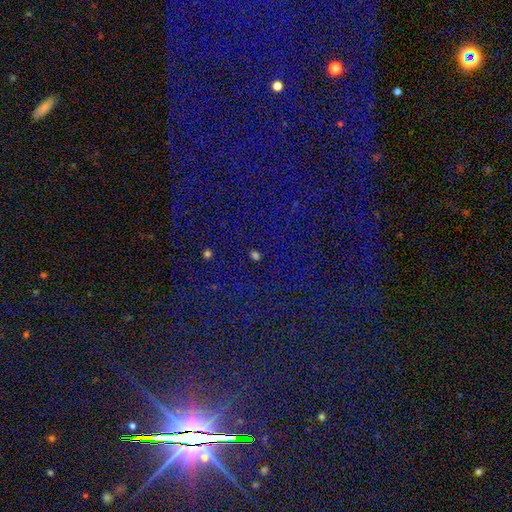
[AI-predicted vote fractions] A star or artifact, not a galaxy (73%).